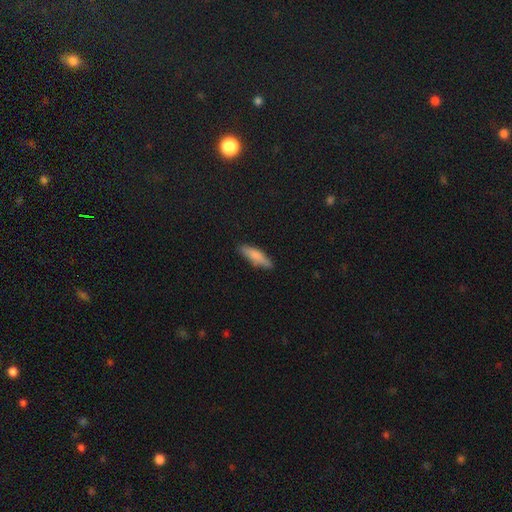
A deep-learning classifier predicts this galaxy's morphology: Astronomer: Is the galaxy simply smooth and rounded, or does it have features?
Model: smooth — 80%.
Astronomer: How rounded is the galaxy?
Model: cigar-shaped — 65%.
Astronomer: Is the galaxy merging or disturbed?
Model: none — 83%.